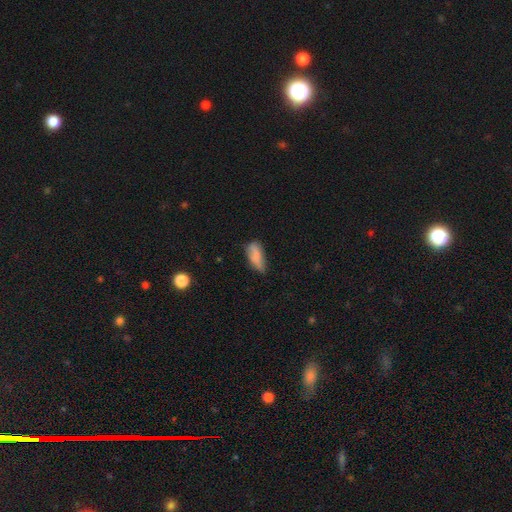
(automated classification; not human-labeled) Smooth or featured? Predicted: smooth (p=0.77). How rounded? Predicted: in between (p=0.77). Merging? Predicted: none (p=0.47).